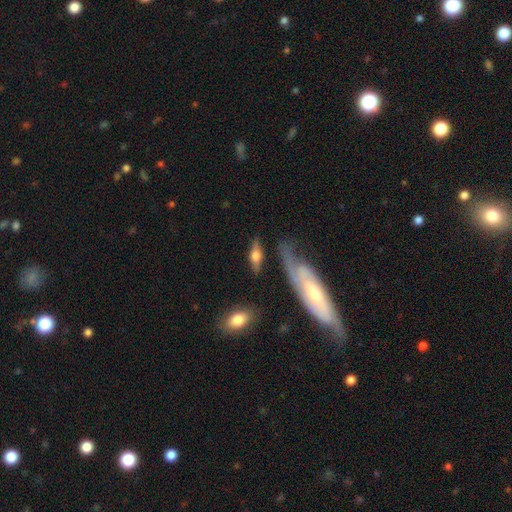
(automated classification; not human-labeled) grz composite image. It shows a featured or disk galaxy (53%) viewed edge-on (78%). Merging: none (61%).